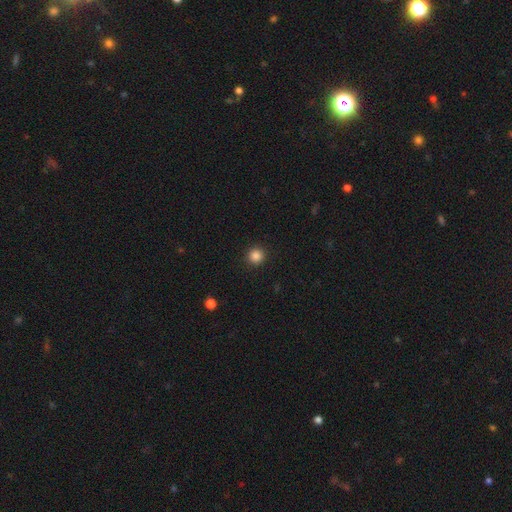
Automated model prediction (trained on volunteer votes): Overall: smooth (86%). How rounded: round (95%). Merging: none (93%).